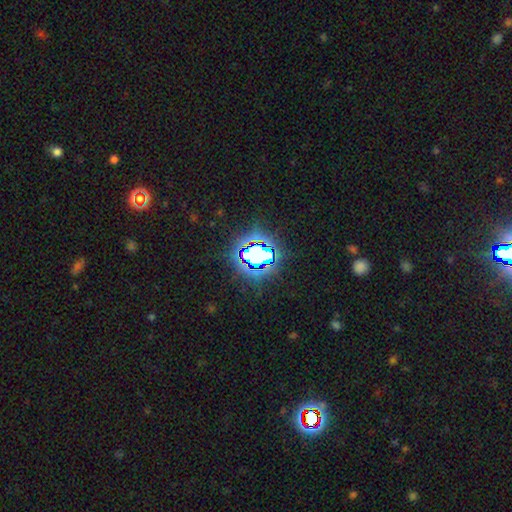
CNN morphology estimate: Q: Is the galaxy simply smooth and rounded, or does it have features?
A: star or artifact — 71%.